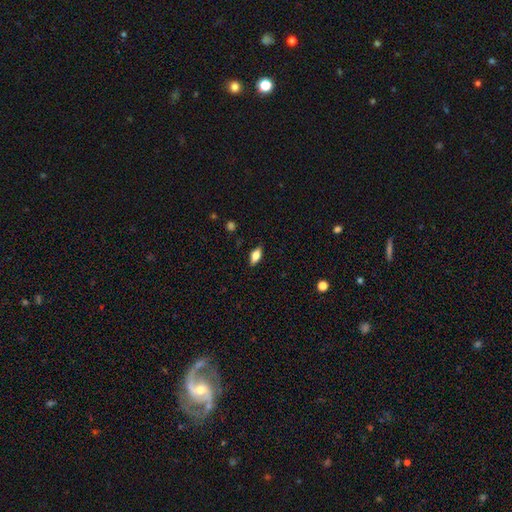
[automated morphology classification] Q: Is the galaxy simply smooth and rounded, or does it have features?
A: smooth — 66%.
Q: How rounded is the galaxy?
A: in between — 81%.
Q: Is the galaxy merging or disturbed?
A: none — 86%.